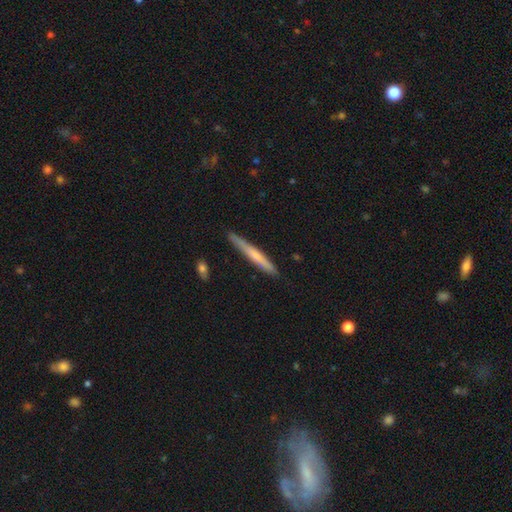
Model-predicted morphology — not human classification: This appears to be a smooth galaxy with no disk features (54%) that is cigar-shaped (96%). Merging: none (84%).